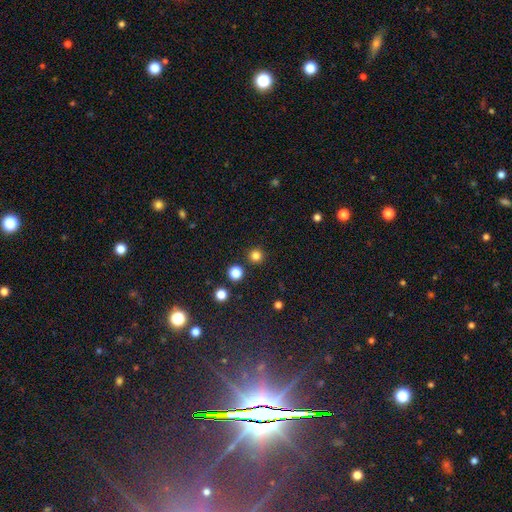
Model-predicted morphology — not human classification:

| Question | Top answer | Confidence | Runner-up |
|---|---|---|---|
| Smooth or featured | smooth | 81% | star or artifact (15%) |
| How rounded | round | 96% | in between (4%) |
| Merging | none | 90% | minor disturbance (5%) |